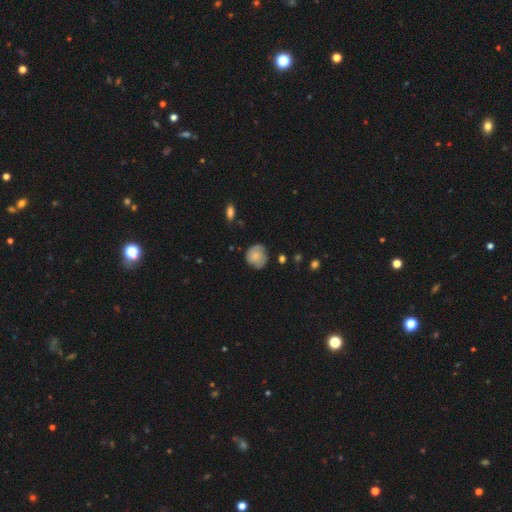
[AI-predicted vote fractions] Overall: smooth (67%). How rounded: round (82%). Merging: none (65%; minor disturbance 27%).